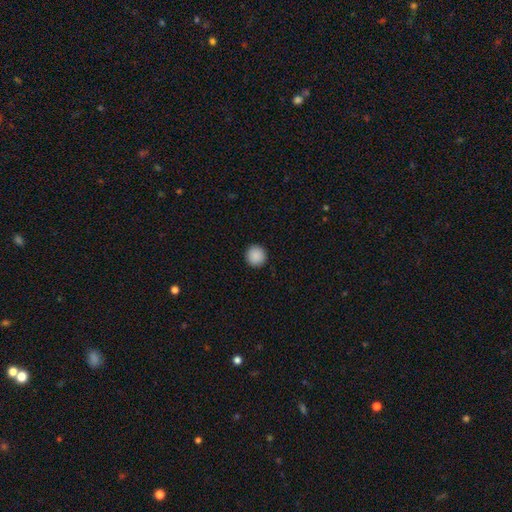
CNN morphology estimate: smooth_or_featured: smooth (p=0.90) [alt: star or artifact p=0.08]
how_rounded: round (p=0.95) [alt: in between p=0.04]
merging: none (p=0.93) [alt: minor disturbance p=0.04]